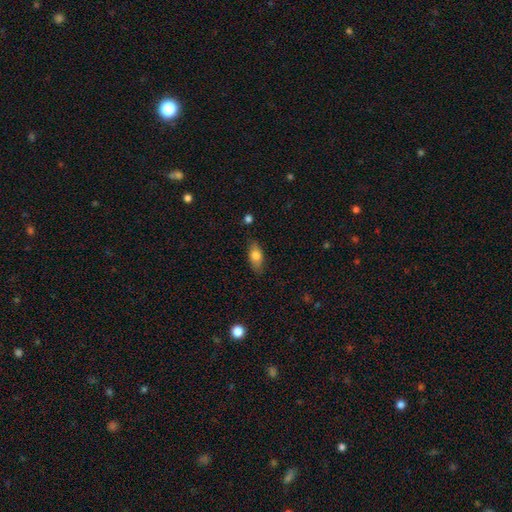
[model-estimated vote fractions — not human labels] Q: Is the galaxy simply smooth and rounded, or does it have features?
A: smooth — 75%.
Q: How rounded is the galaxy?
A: in between — 82%.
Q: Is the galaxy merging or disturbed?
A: none — 82%.